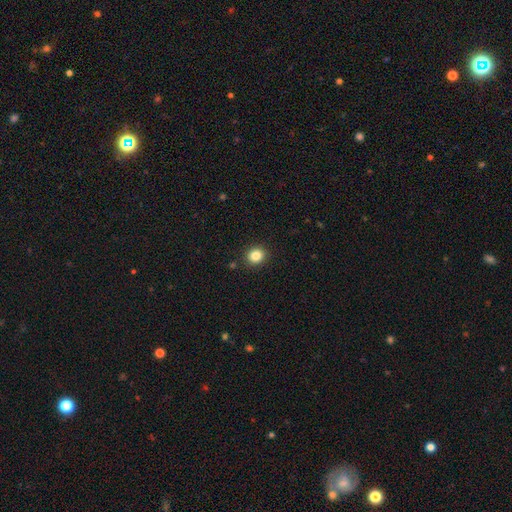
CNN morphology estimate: smooth_or_featured: smooth (p=0.84) [alt: star or artifact p=0.11]
how_rounded: round (p=0.78) [alt: in between p=0.22]
merging: none (p=0.90) [alt: minor disturbance p=0.07]